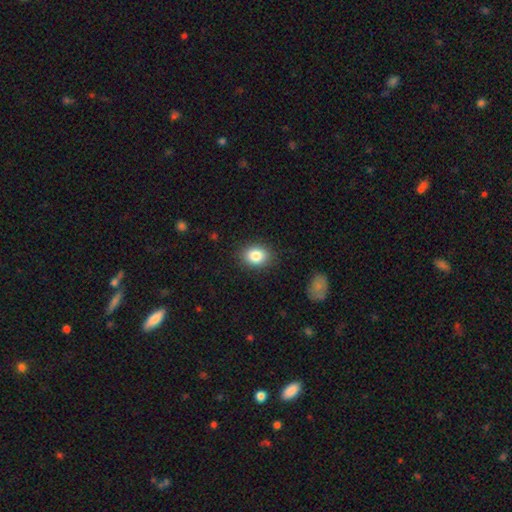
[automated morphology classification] Smooth or featured: smooth — 84% (star or artifact — 9%)
How rounded: in between — 54% (round — 45%)
Merging: none — 86% (minor disturbance — 10%)